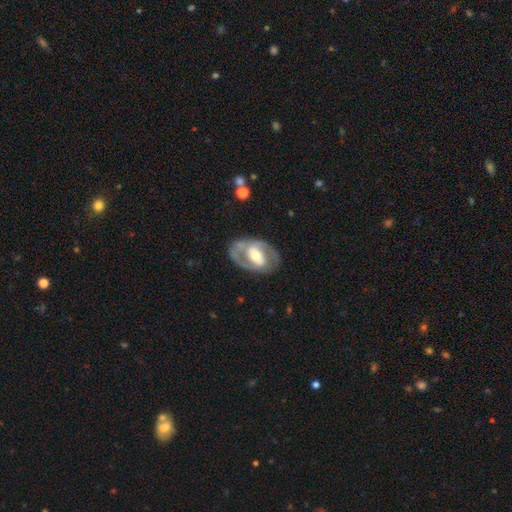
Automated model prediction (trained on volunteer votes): Smooth or featured? featured or disk (77%)
Edge-on disk? no (95%)
Bar? weak (36%)
Spiral arms? yes (67%)
Bulge size? moderate (65%)
Merging? none (72%)